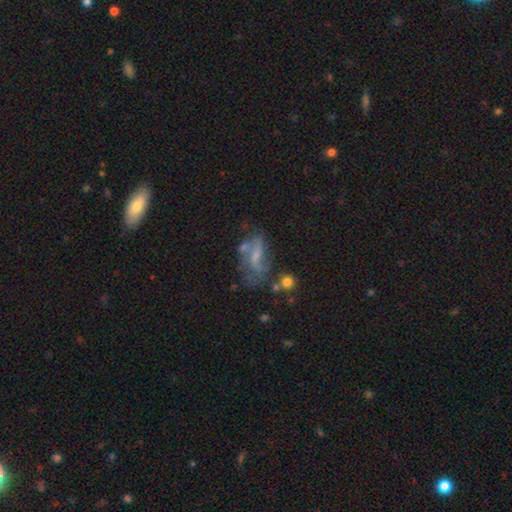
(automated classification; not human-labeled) Smooth or featured? featured or disk (63%)
Edge-on disk? no (92%)
Bar? weak (44%)
Spiral arms? yes (73%)
Bulge size? small (48%)
Merging? none (41%)